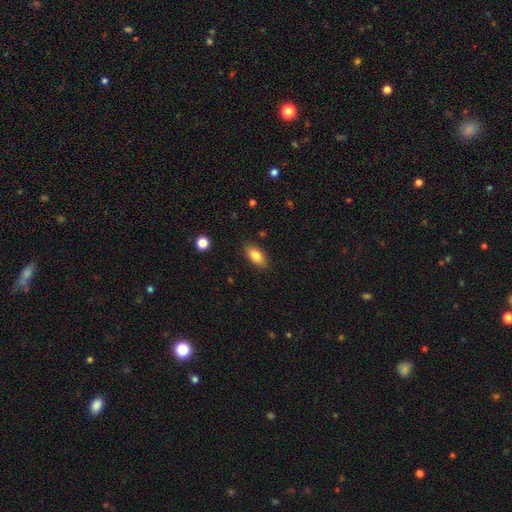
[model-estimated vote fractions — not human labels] This appears to be a smooth galaxy with no disk features (81%) that is in between round and cigar-shaped (87%). Merging: none (87%).